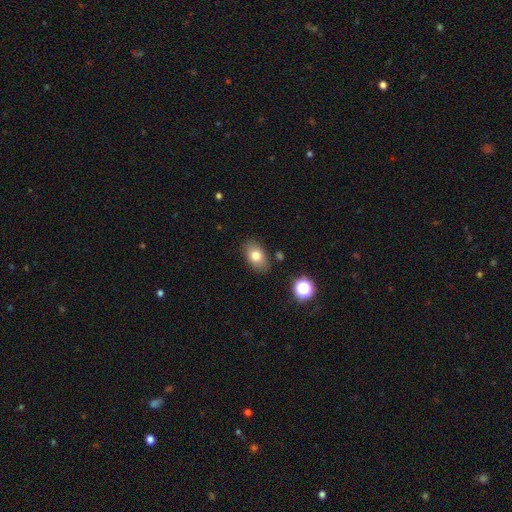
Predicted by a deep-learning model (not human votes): This appears to be a smooth galaxy with no disk features (77%) that is in between round and cigar-shaped (85%). Merging: none (83%).